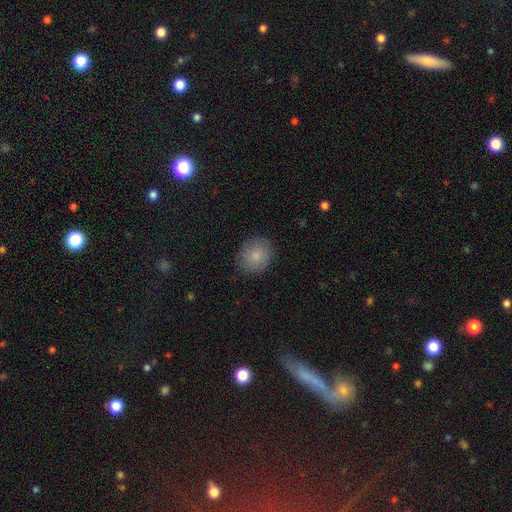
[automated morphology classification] This appears to be a smooth galaxy with no disk features (84%) that is round (70%). Merging: none (85%).